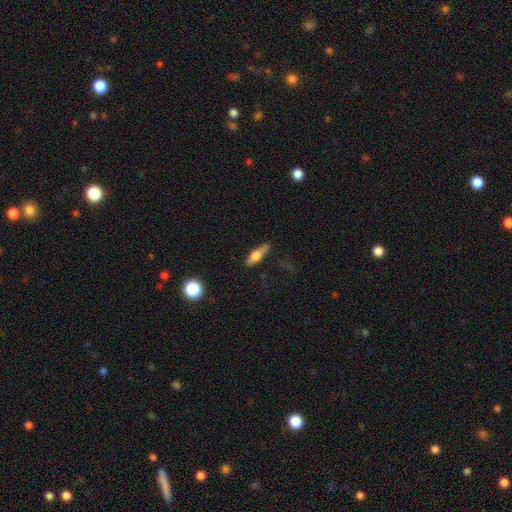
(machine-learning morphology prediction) smooth 51%, featured or disk 42%, star or artifact 7%. Down the decision tree: how rounded — cigar-shaped (53%); merging — none (75%).